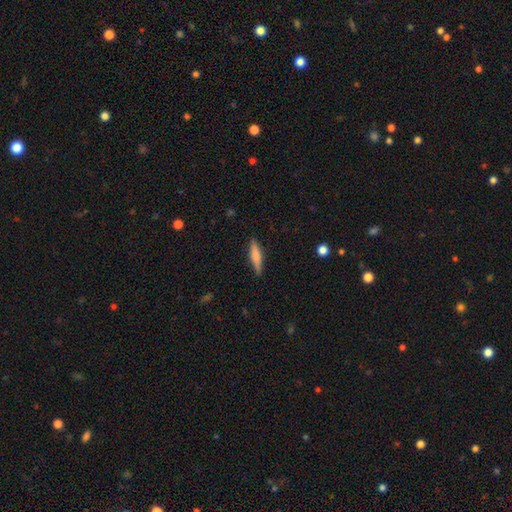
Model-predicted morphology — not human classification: This is likely a smooth galaxy (67%). How rounded: likely cigar-shaped (79%). Merging: clearly none (85%).